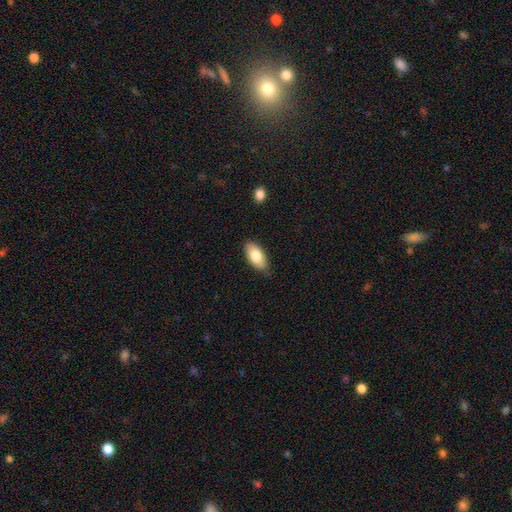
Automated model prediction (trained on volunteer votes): smooth-or-featured: smooth: 80% | featured or disk: 13% | star or artifact: 6%
  how-rounded: in between: 91% | cigar-shaped: 6% | round: 3%
  merging: none: 80% | minor disturbance: 16% | major disturbance: 2% | merger: 1%